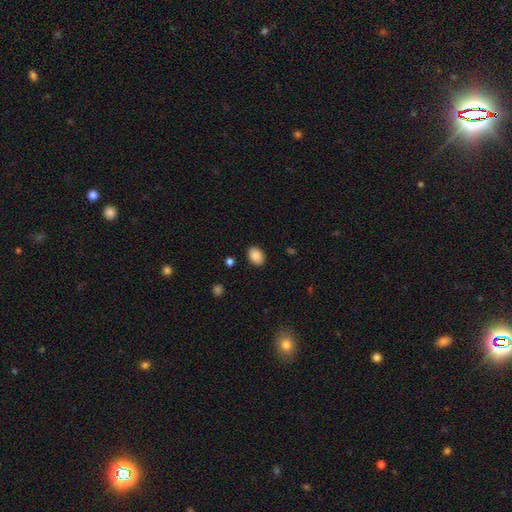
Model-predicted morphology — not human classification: This is clearly a smooth galaxy (89%). How rounded: likely in between (74%). Merging: clearly none (88%).